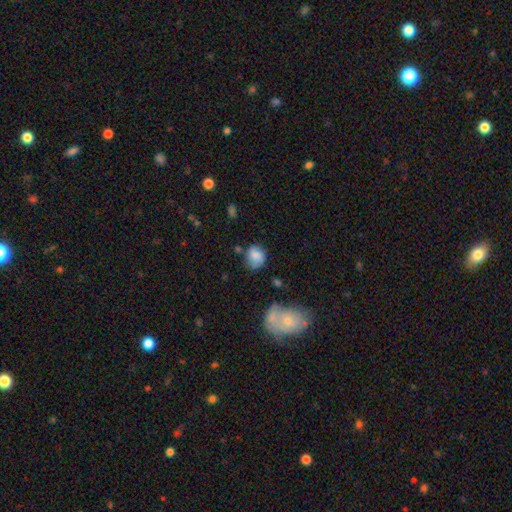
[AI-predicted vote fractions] This is likely a smooth galaxy (73%). How rounded: possibly round (59%). Merging: possibly none (55%).